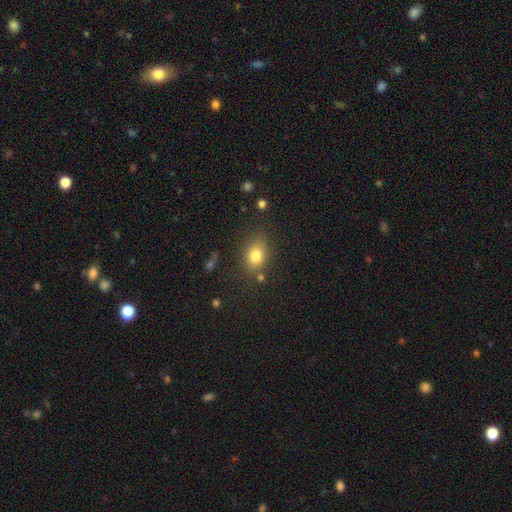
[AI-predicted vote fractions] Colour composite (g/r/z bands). It shows a smooth galaxy with no disk features (79%) that is in between round and cigar-shaped (64%). Merging: none (77%).